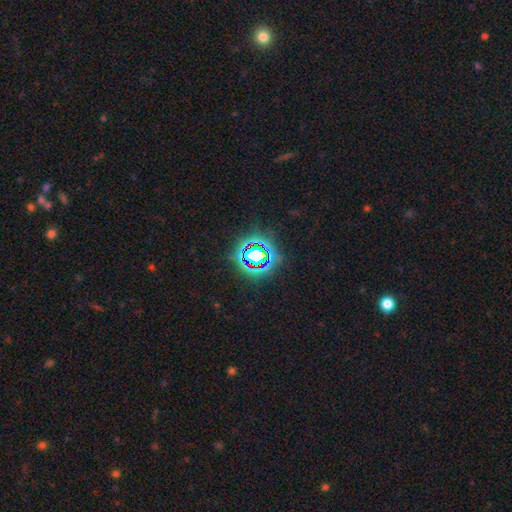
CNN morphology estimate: type=star or artifact (74%).